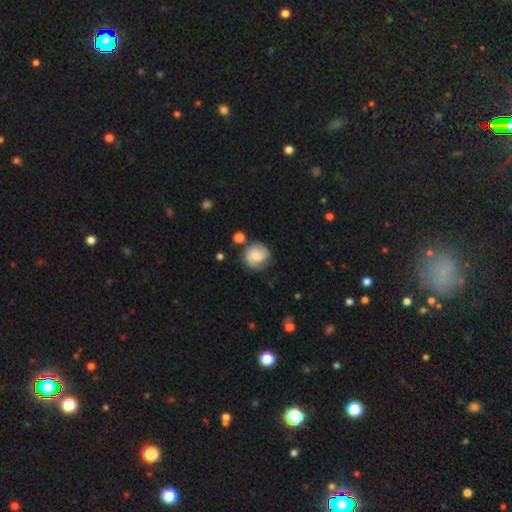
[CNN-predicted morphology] Smooth or featured? Predicted: smooth (p=0.49). Merging? Predicted: none (p=0.72).